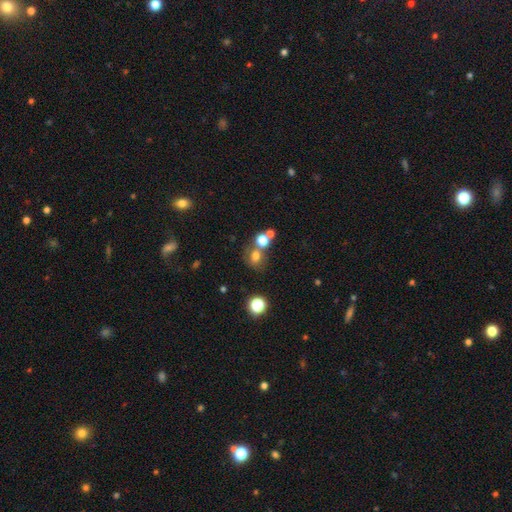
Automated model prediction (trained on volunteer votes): smooth-or-featured: smooth: 69% | star or artifact: 19% | featured or disk: 12%
  how-rounded: round: 73% | in between: 26% | cigar-shaped: 1%
  merging: none: 51% | merger: 29% | minor disturbance: 12% | major disturbance: 7%